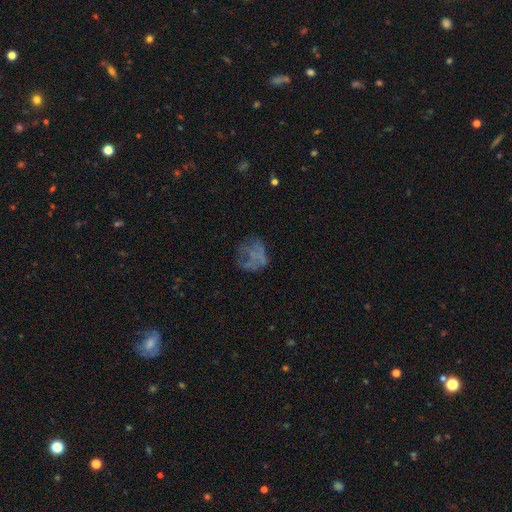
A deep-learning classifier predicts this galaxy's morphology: Smooth or featured?
  - smooth: 42% *
  - featured or disk: 41%
  - star or artifact: 17%
Merging?
  - none: 50% *
  - major disturbance: 25%
  - minor disturbance: 21%
  - merger: 4%